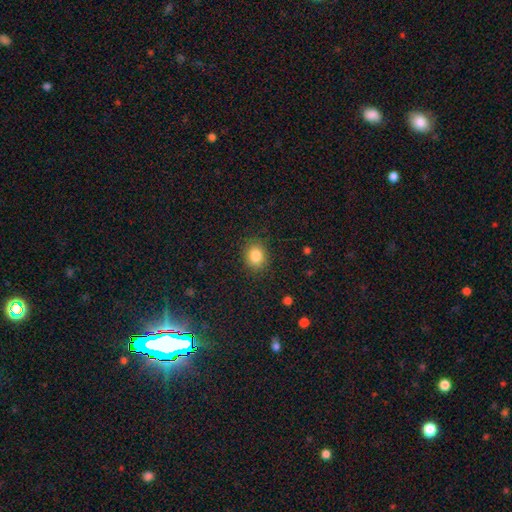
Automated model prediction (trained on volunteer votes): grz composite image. It shows a smooth galaxy with no disk features (84%) that is round (64%). Merging: none (87%).